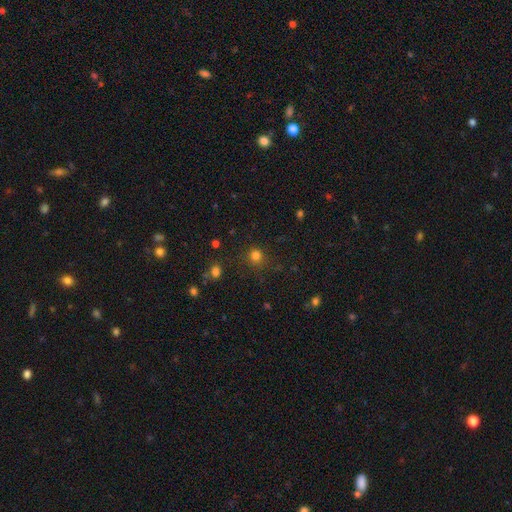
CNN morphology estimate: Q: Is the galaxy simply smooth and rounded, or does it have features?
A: smooth — 78%.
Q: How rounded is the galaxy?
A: round — 91%.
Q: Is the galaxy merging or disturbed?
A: none — 85%.